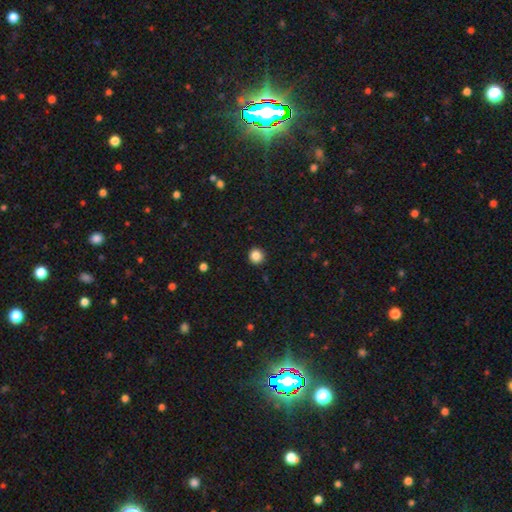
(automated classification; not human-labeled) The model was most divided on "smooth or featured": smooth: 86%, star or artifact: 10%, featured or disk: 3%. More confident: how rounded — round (95%); merging — none (93%).